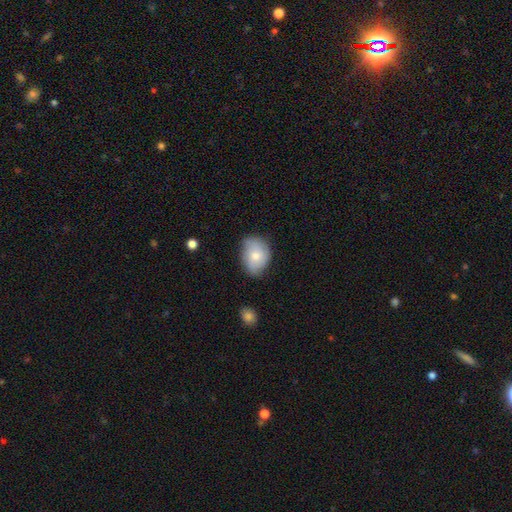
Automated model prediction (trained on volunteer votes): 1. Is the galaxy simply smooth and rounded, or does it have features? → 70% smooth, 23% featured or disk, 7% star or artifact.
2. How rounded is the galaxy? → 64% in between, 35% round, 1% cigar-shaped.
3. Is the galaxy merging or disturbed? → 62% none, 31% minor disturbance, 6% major disturbance, 2% merger.